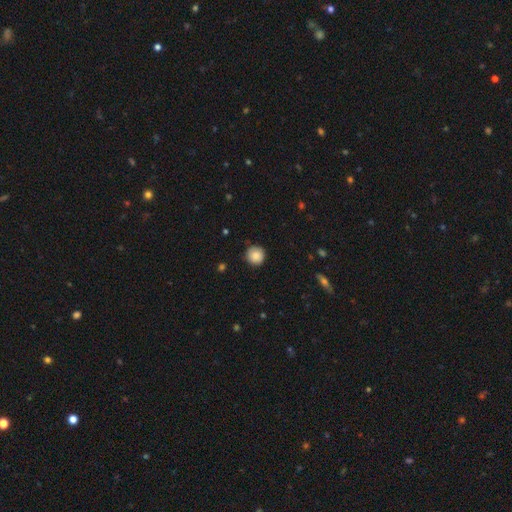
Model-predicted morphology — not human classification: Smooth or featured? smooth (87%)
How rounded? round (94%)
Merging? none (87%)